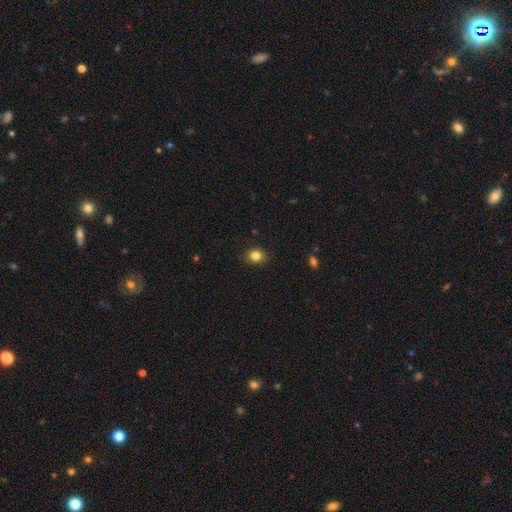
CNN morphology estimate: This is clearly a smooth galaxy (84%). How rounded: possibly round (56%). Merging: clearly none (89%).